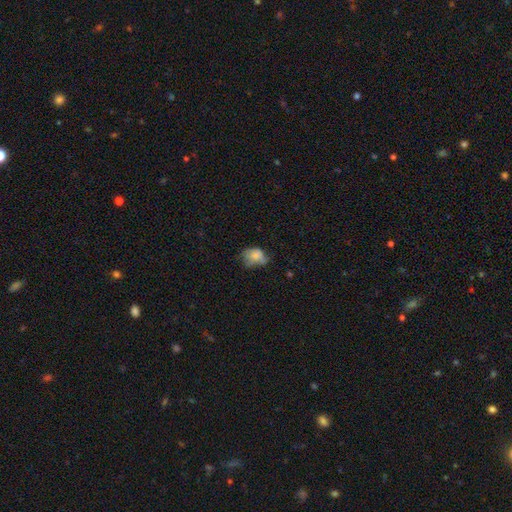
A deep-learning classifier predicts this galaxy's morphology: Smooth or featured? Predicted: smooth (p=0.68). How rounded? Predicted: in between (p=0.59). Merging? Predicted: minor disturbance (p=0.34, tied with none).